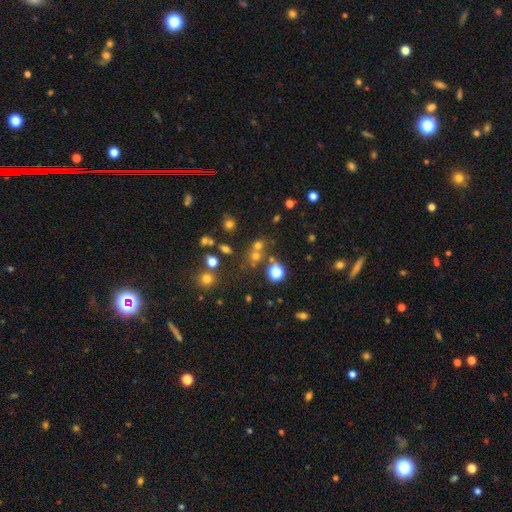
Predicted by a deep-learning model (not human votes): A star or artifact, not a galaxy (45%).